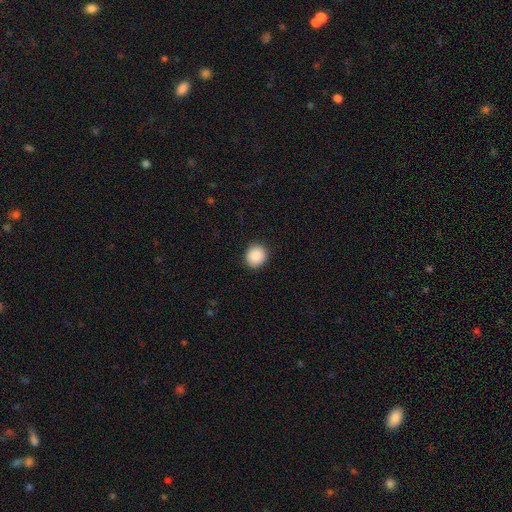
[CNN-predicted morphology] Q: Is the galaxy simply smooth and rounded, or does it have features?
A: smooth — 89%.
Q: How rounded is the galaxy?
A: round — 82%.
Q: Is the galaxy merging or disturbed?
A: none — 91%.